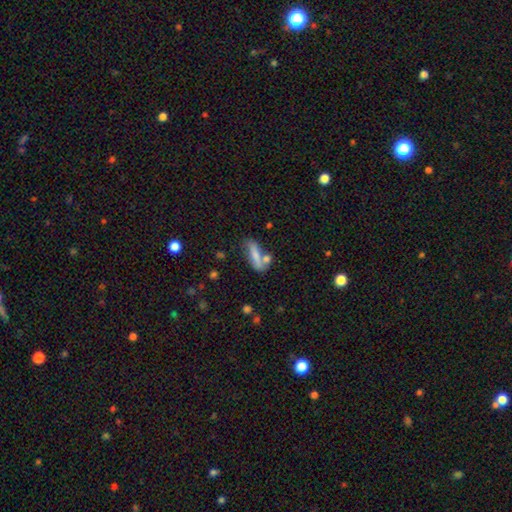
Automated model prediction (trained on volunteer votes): The model was most divided on "how rounded": cigar-shaped: 55%, in between: 41%, round: 4%. Remaining: smooth or featured — smooth (66%); merging — none (50%).